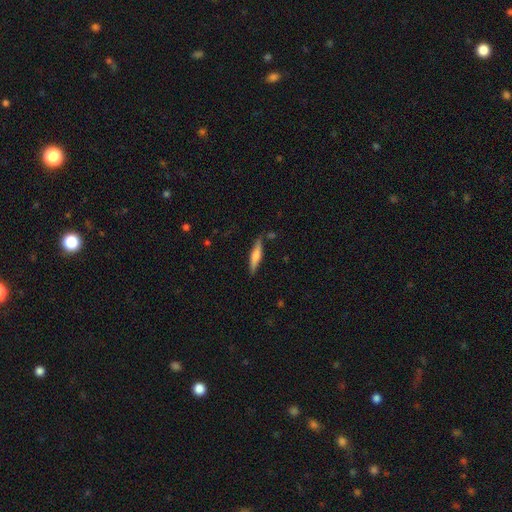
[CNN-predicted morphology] Smooth or featured? smooth (53%)
How rounded? cigar-shaped (82%)
Merging? none (84%)